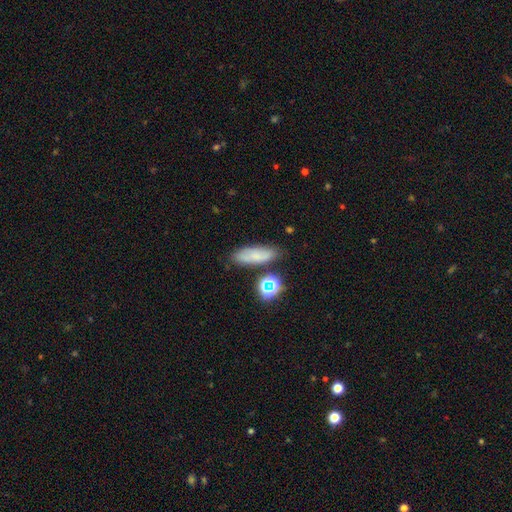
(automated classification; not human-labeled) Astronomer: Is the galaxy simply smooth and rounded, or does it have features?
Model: smooth — 65%.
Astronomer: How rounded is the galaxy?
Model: in between — 62%.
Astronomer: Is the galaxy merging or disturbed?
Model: none — 73%.